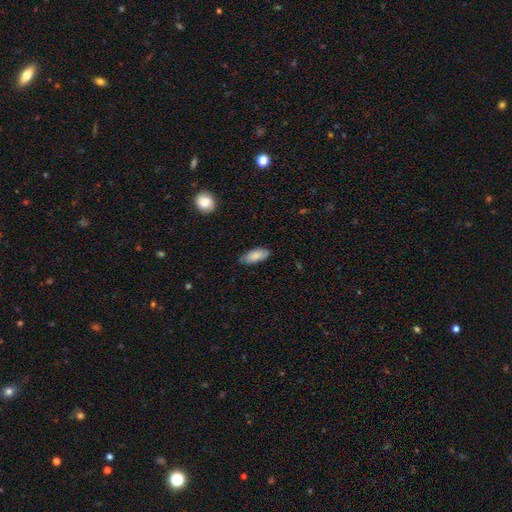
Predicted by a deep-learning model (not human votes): This is clearly a smooth galaxy (84%). How rounded: clearly in between (85%). Merging: clearly none (80%).